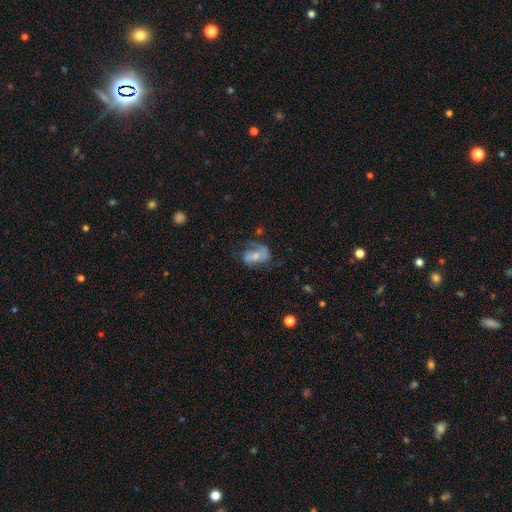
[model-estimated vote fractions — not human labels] This is likely a featured or disk galaxy (66%). It is clearly not viewed edge-on (96%). Bar: marginally no (42%). Spiral arm pattern: clearly yes (83%). Spiral arm count: likely 2 (70%). Spiral winding: marginally medium (44%). Central bulge: marginally moderate (45%). Merging: possibly none (47%).